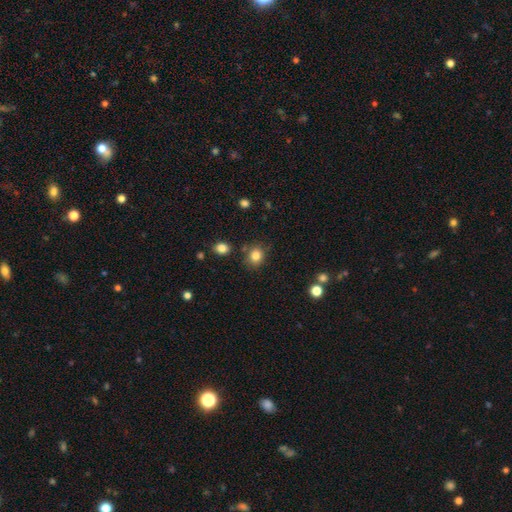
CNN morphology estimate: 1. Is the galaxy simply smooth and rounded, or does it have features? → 83% smooth, 11% star or artifact, 6% featured or disk.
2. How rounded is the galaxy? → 69% round, 30% in between, 1% cigar-shaped.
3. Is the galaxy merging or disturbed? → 79% none, 12% minor disturbance, 6% merger, 3% major disturbance.